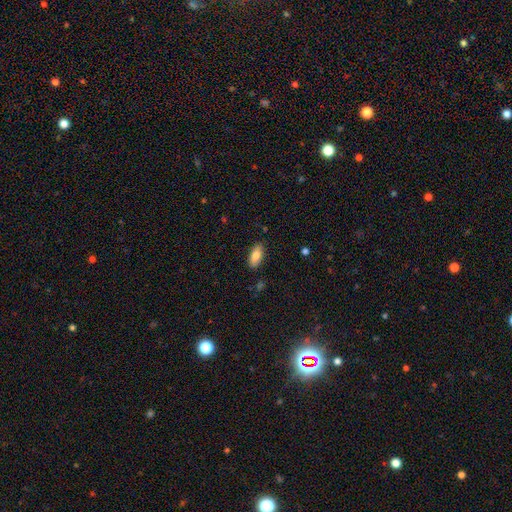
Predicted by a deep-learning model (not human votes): A smooth galaxy with no disk features (81%) that is in between round and cigar-shaped (89%).

Vote fractions:
- Smooth or featured? smooth: 81% / featured or disk: 12% / star or artifact: 7%
- How rounded? in between: 89% / cigar-shaped: 9% / round: 3%
- Merging? none: 86% / minor disturbance: 11% / major disturbance: 2% / merger: 1%